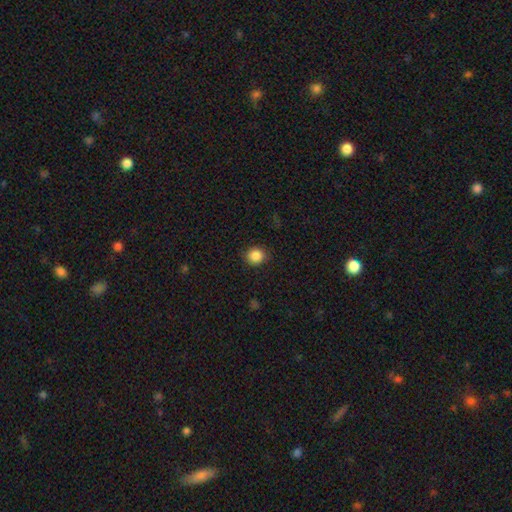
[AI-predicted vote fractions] smooth-or-featured: smooth: 86% | star or artifact: 10% | featured or disk: 3%
  how-rounded: round: 85% | in between: 14% | cigar-shaped: 1%
  merging: none: 89% | minor disturbance: 7% | major disturbance: 2% | merger: 1%